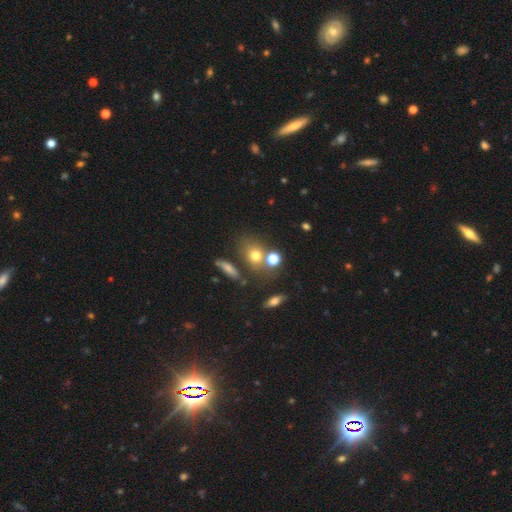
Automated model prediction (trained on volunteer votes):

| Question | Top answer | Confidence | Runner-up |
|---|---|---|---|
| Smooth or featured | smooth | 68% | star or artifact (16%) |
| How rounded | round | 55% | in between (41%) |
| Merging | none | 57% | merger (24%) |